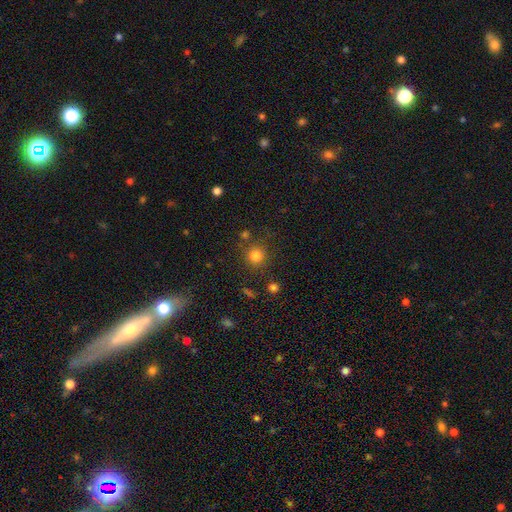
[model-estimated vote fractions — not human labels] A smooth galaxy with no disk features (81%) that is round (92%). Merging: none (82%).